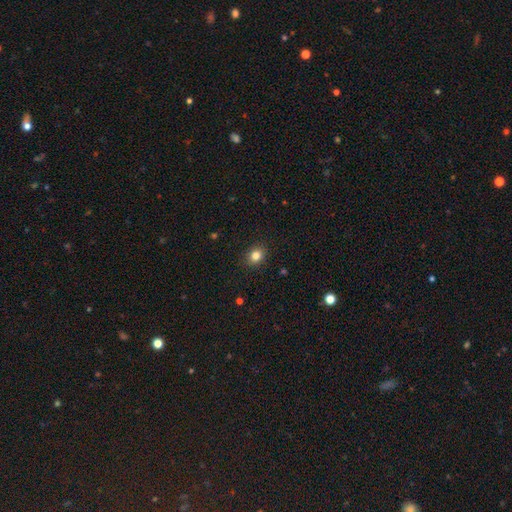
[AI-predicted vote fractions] A smooth galaxy with no disk features (82%) that is round (58%).

Vote fractions:
- Smooth or featured? smooth: 82% / star or artifact: 11% / featured or disk: 6%
- How rounded? round: 58% / in between: 41% / cigar-shaped: 1%
- Merging? none: 89% / minor disturbance: 8% / major disturbance: 2% / merger: 1%